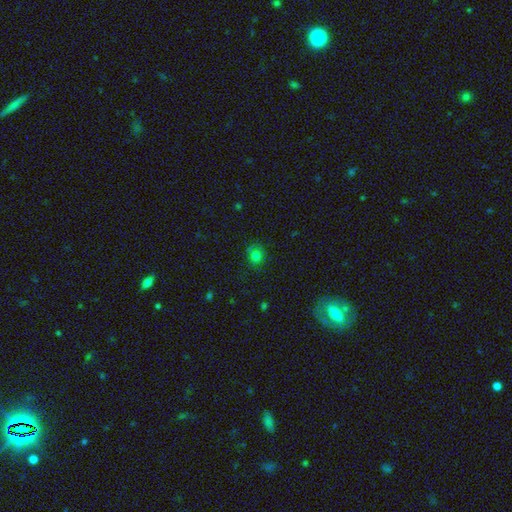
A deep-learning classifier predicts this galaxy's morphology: This appears to be a smooth galaxy with no disk features (78%) that is round (80%). Merging: none (75%).